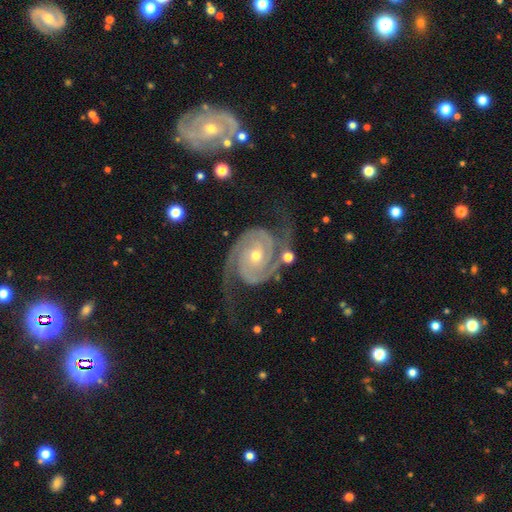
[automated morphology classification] Overall: featured or disk (93%). Edge-on disk: no (98%). Bar: no (71%). Spiral arms: yes (99%). Spiral arm count: 2 (92%). Spiral winding: tight (52%; medium 39%). Bulge size: small (58%; moderate 38%). Merging: none (75%).